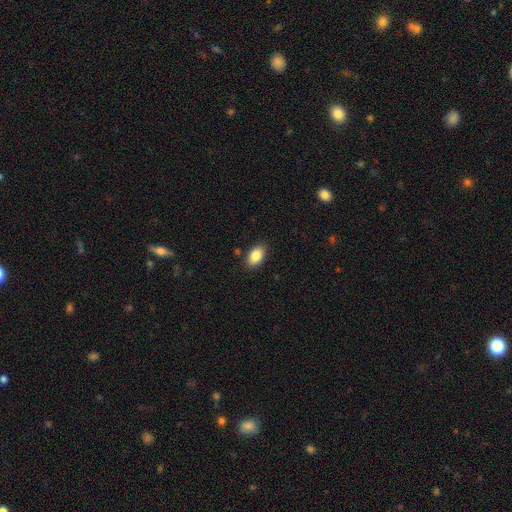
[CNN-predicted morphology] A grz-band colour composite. It shows a smooth galaxy with no disk features (86%) that is in between round and cigar-shaped (91%). Merging: none (87%).